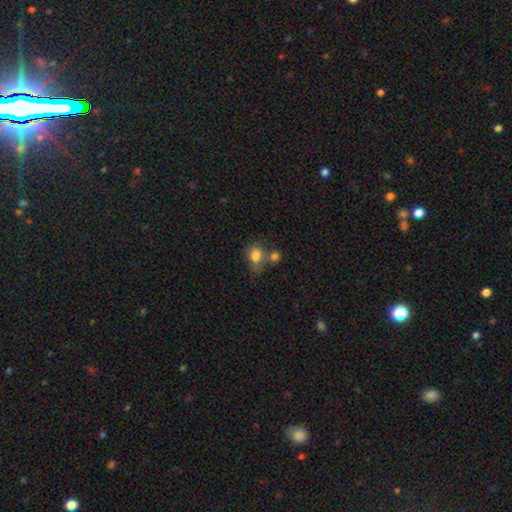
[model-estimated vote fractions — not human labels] This appears to be a smooth galaxy with no disk features (81%) that is in between round and cigar-shaped (61%). Merging: none (39%).